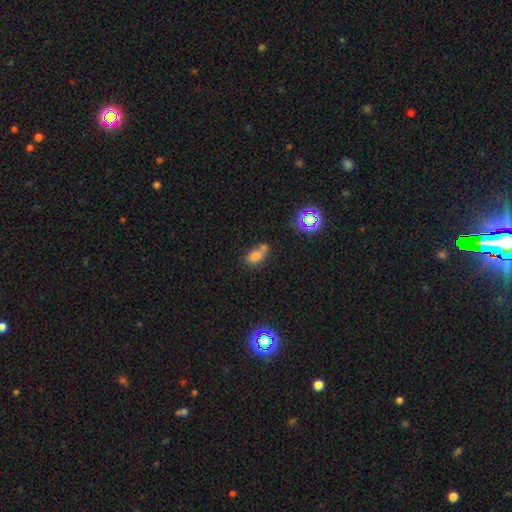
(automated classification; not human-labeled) smooth_or_featured: smooth (p=0.74) [alt: star or artifact p=0.16]
how_rounded: in between (p=0.79) [alt: round p=0.18]
merging: none (p=0.45) [alt: merger p=0.31]